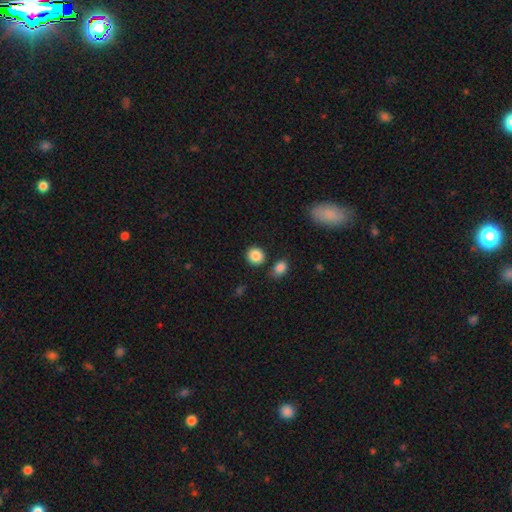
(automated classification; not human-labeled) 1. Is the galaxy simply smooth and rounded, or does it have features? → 87% smooth, 9% star or artifact, 4% featured or disk.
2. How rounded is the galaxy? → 82% round, 17% in between, 1% cigar-shaped.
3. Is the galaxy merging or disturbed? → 82% none, 8% minor disturbance, 6% merger, 3% major disturbance.